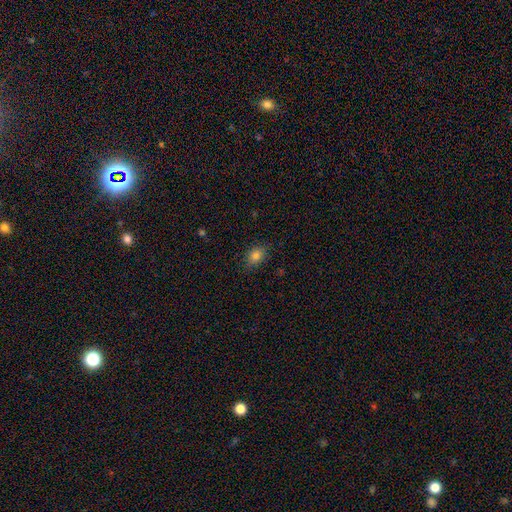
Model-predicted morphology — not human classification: Smooth or featured? smooth (82%)
How rounded? in between (71%)
Merging? none (84%)